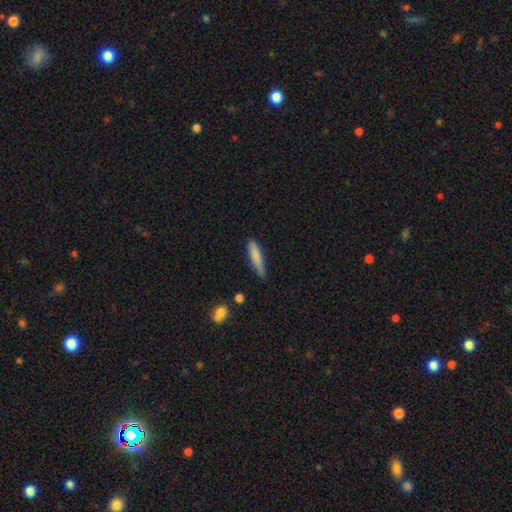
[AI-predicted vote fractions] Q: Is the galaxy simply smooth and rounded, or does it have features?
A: smooth — 80%.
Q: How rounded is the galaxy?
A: cigar-shaped — 83%.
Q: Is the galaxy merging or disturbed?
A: none — 73%.